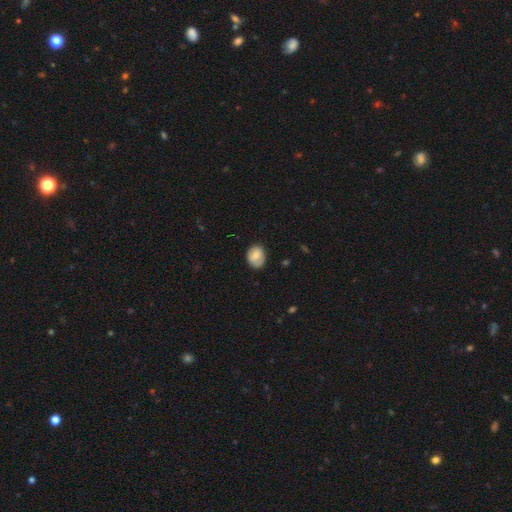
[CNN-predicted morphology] Overall: smooth (79%). How rounded: in between (50%; round 49%). Merging: none (72%).